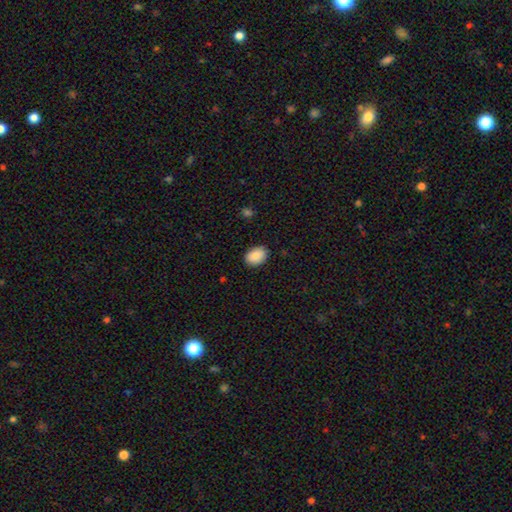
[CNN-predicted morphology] smooth-or-featured: smooth: 89% | star or artifact: 7% | featured or disk: 4%
  how-rounded: in between: 78% | round: 21% | cigar-shaped: 1%
  merging: none: 86% | minor disturbance: 10% | major disturbance: 2% | merger: 1%